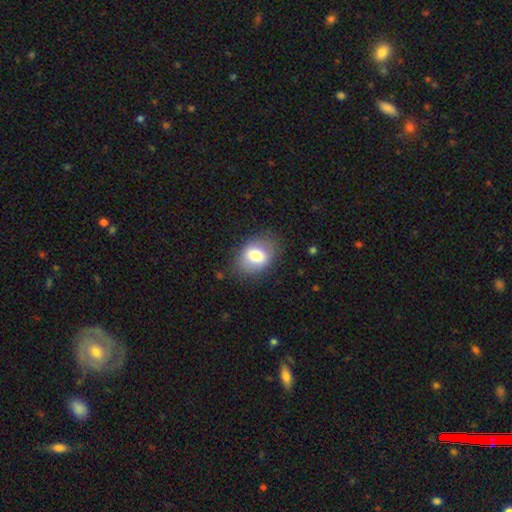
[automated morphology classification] smooth_or_featured: smooth (p=0.73) [alt: featured or disk p=0.19]
how_rounded: in between (p=0.68) [alt: round p=0.31]
merging: none (p=0.79) [alt: minor disturbance p=0.15]